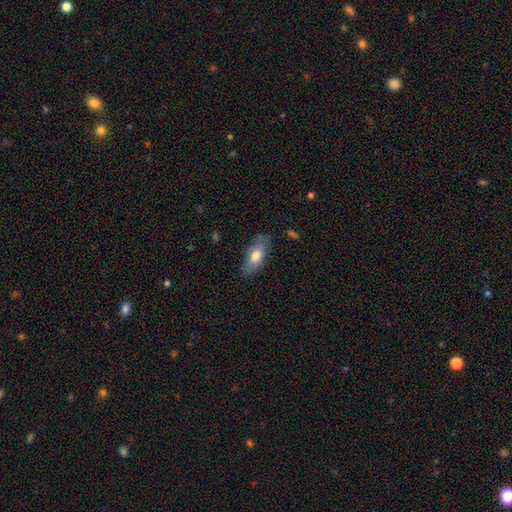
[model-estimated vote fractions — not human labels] This is likely a smooth galaxy (72%). How rounded: clearly in between (81%). Merging: likely none (77%).